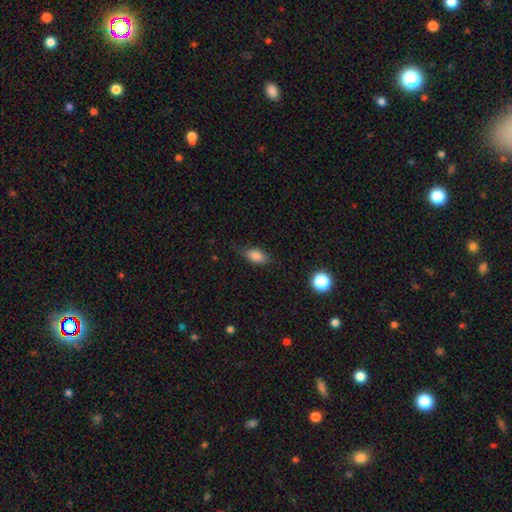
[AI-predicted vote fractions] Smooth or featured? smooth (81%)
How rounded? in between (85%)
Merging? none (71%)